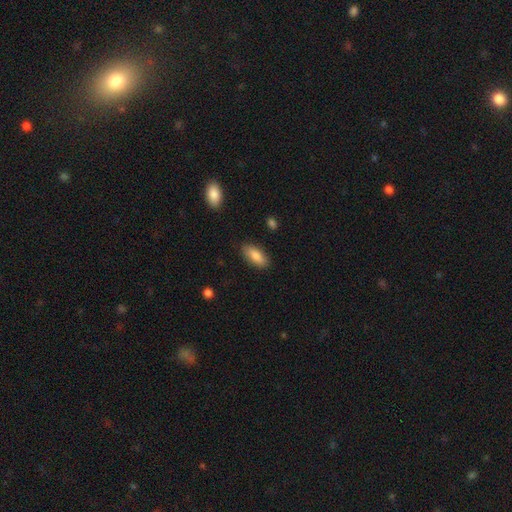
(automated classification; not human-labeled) A smooth galaxy with no disk features (84%) that is in between round and cigar-shaped (83%). Merging: none (86%).